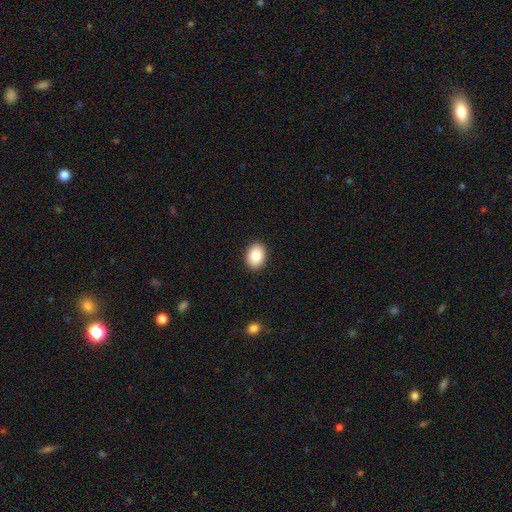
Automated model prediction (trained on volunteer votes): This is clearly a smooth galaxy (85%). How rounded: likely in between (69%). Merging: clearly none (91%).